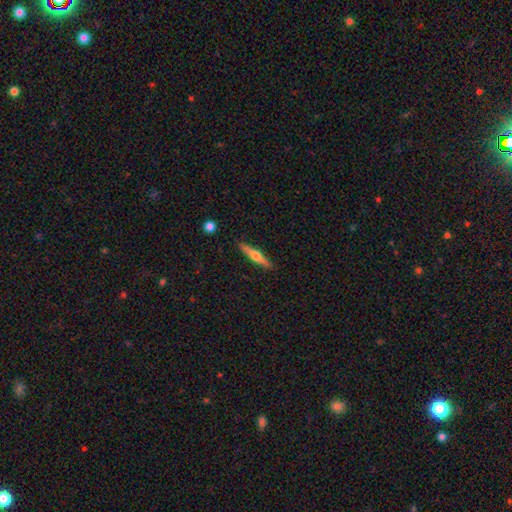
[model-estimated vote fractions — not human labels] A featured or disk galaxy (58%) viewed edge-on (96%) with a rounded central bulge (92%). Merging: none (90%).